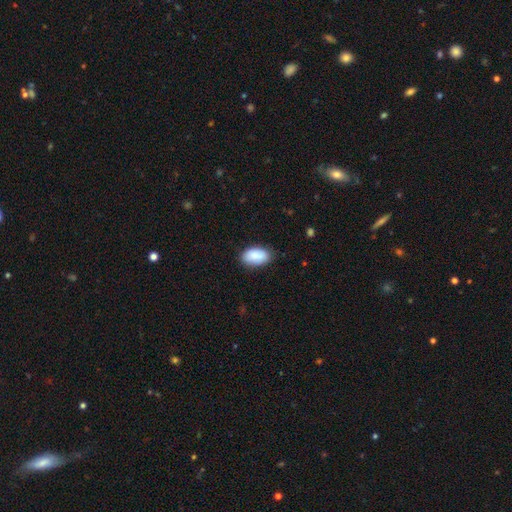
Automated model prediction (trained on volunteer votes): smooth_or_featured: smooth (p=0.89) [alt: star or artifact p=0.06]
how_rounded: in between (p=0.94) [alt: round p=0.04]
merging: none (p=0.82) [alt: minor disturbance p=0.14]